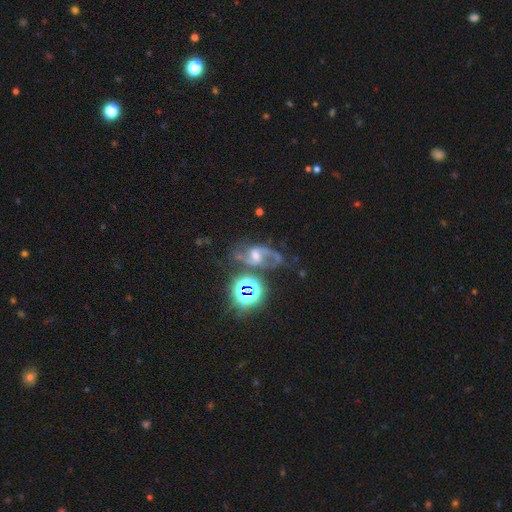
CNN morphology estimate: smooth_or_featured: featured or disk (p=0.66) [alt: star or artifact p=0.24]
disk_edge_on: no (p=0.96) [alt: yes p=0.04]
bar: weak (p=0.48) [alt: no p=0.30]
has_spiral_arms: yes (p=0.91) [alt: no p=0.09]
spiral_winding: loose (p=0.50) [alt: medium p=0.40]
spiral_arm_count: 2 (p=0.88) [alt: can't tell p=0.05]
bulge_size: moderate (p=0.52) [alt: small p=0.30]
merging: none (p=0.52) [alt: minor disturbance p=0.20]